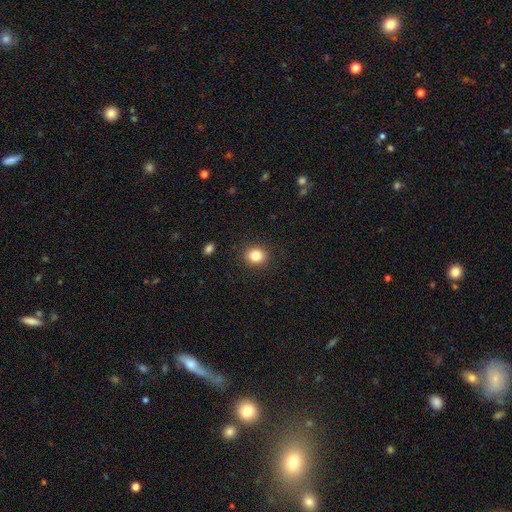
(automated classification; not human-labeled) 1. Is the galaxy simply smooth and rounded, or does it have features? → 83% smooth, 11% star or artifact, 6% featured or disk.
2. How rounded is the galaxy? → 71% round, 29% in between, 1% cigar-shaped.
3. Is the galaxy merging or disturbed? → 90% none, 7% minor disturbance, 2% major disturbance, 1% merger.